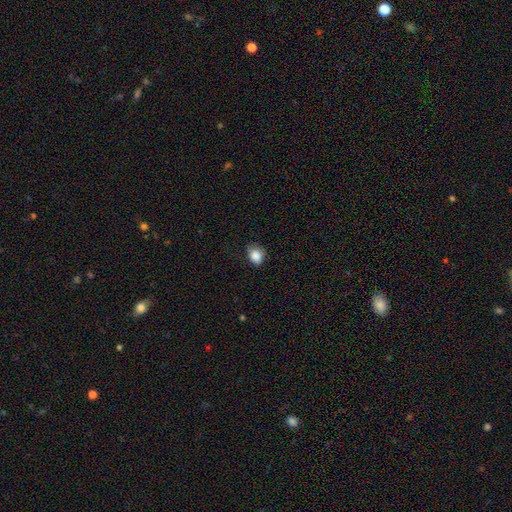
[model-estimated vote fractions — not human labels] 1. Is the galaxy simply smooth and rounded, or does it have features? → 86% smooth, 9% star or artifact, 5% featured or disk.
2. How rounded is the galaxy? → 51% in between, 48% round, 1% cigar-shaped.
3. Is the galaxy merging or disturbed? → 64% none, 29% minor disturbance, 6% major disturbance, 1% merger.